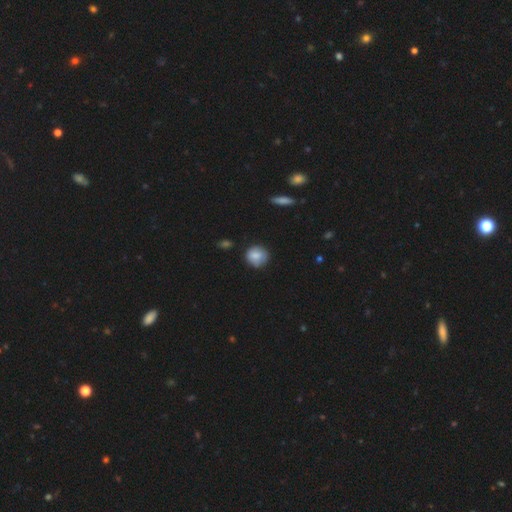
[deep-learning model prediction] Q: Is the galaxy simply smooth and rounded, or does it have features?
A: smooth — 81%.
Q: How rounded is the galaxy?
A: round — 84%.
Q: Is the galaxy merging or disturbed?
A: none — 74%.